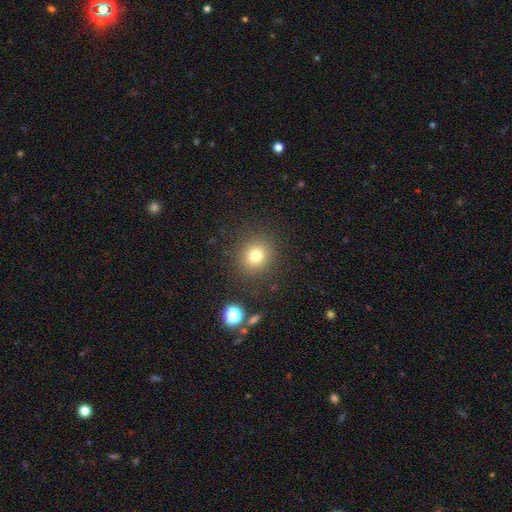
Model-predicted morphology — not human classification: Smooth or featured? Predicted: smooth (p=0.77). How rounded? Predicted: round (p=0.86). Merging? Predicted: none (p=0.87).